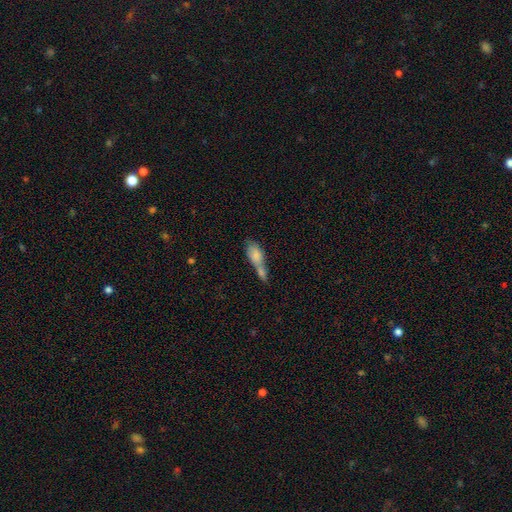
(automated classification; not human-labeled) Smooth or featured: smooth — 74% (featured or disk — 18%)
How rounded: in between — 74% (cigar-shaped — 21%)
Merging: merger — 62% (none — 19%)